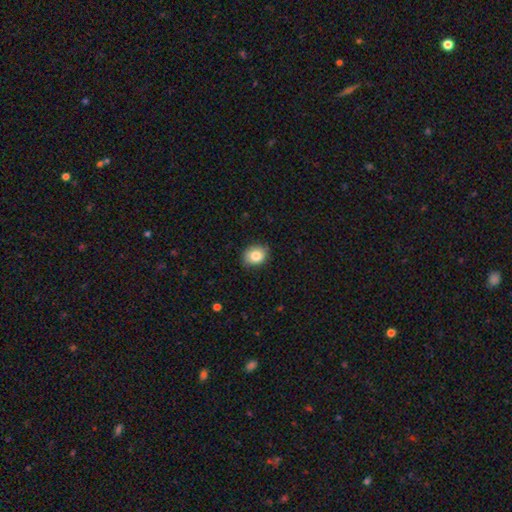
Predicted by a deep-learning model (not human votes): This appears to be a smooth galaxy with no disk features (83%) that is in between round and cigar-shaped (54%). Merging: none (80%).